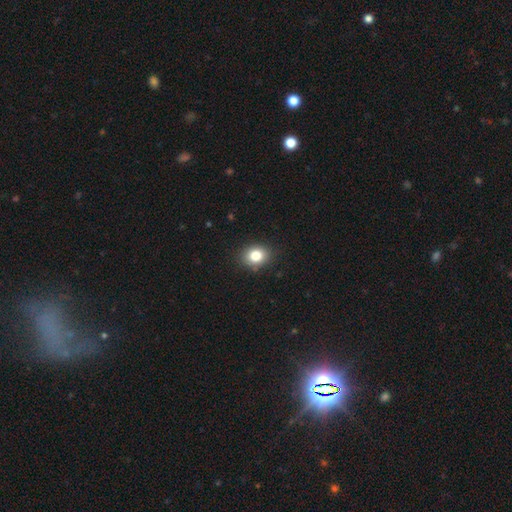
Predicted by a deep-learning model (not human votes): This is clearly a smooth galaxy (81%). How rounded: possibly round (56%). Merging: clearly none (88%).